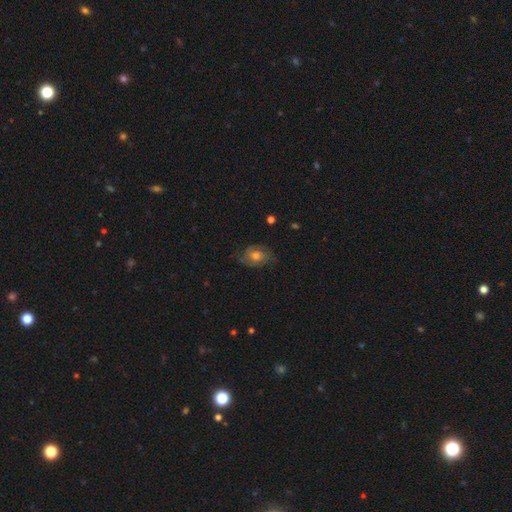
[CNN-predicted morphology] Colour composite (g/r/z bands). It shows a featured or disk galaxy (63%) with no bar (74%), 2 (70%) tight (42%) spiral arms (87%) and a moderate central bulge (69%). Merging: none (69%).